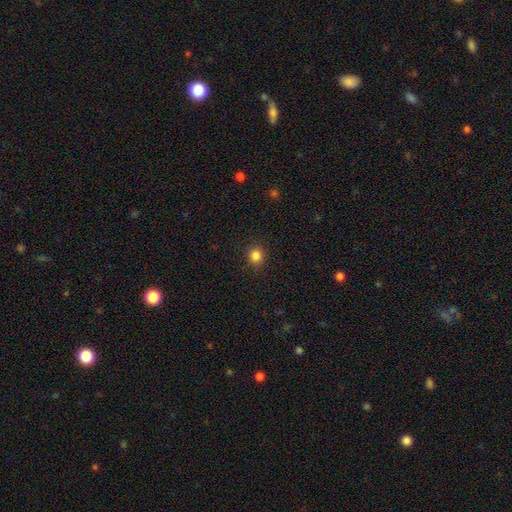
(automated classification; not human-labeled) smooth_or_featured: smooth (p=0.85) [alt: star or artifact p=0.12]
how_rounded: round (p=0.90) [alt: in between p=0.09]
merging: none (p=0.91) [alt: minor disturbance p=0.06]